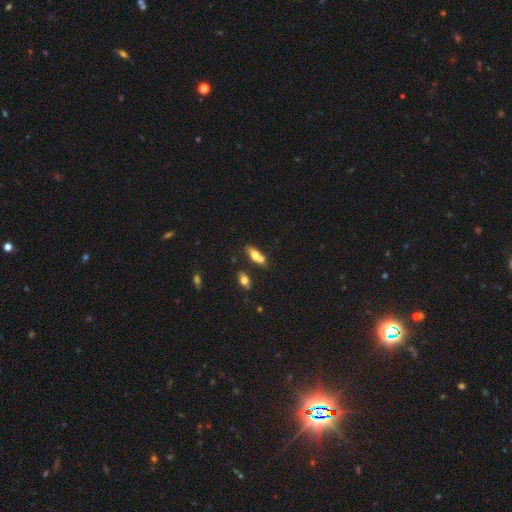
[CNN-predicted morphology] Smooth or featured?
  - smooth: 66% *
  - featured or disk: 26%
  - star or artifact: 8%
How rounded?
  - in between: 68% *
  - cigar-shaped: 27%
  - round: 5%
Merging?
  - none: 48% *
  - merger: 35%
  - minor disturbance: 13%
  - major disturbance: 4%